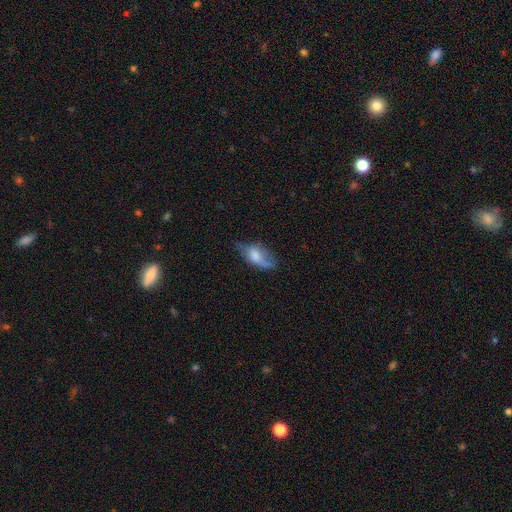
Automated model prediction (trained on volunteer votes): A smooth galaxy with no disk features (63%) that is in between round and cigar-shaped (87%). Merging: none (41%).